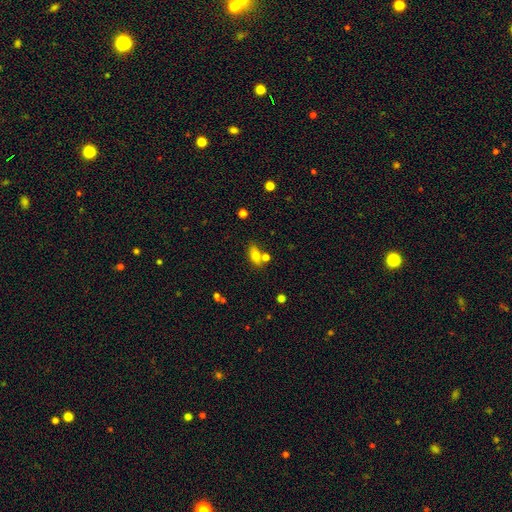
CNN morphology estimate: Smooth or featured? Predicted: smooth (p=0.76). How rounded? Predicted: in between (p=0.81). Merging? Predicted: none (p=0.57).